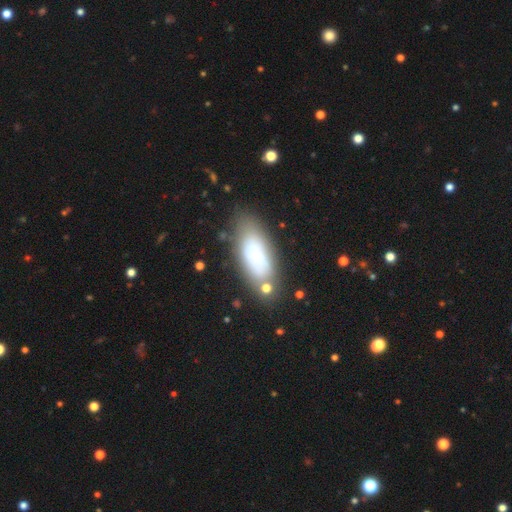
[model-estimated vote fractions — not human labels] Overall: smooth (63%; featured or disk 28%). How rounded: in between (80%). Merging: none (65%).